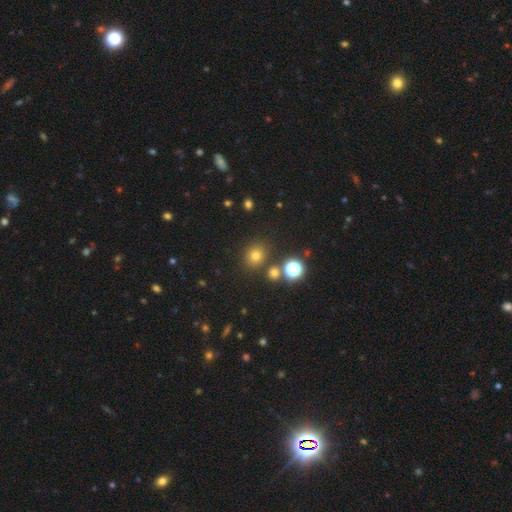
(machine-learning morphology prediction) The model was most divided on "smooth or featured": smooth: 70%, star or artifact: 23%, featured or disk: 7%. More confident: how rounded — round (82%); merging — none (81%).